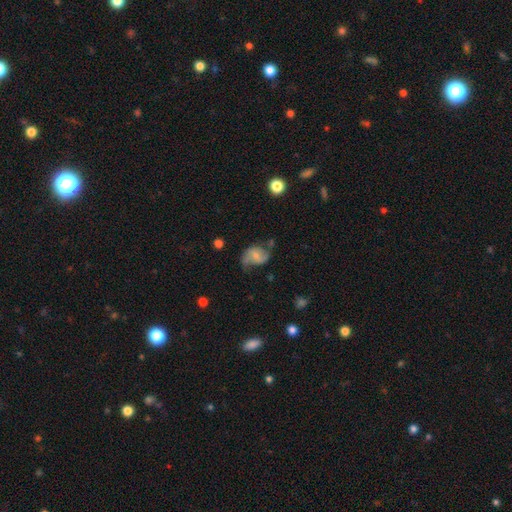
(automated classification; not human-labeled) The model was most divided on "bar": weak: 43%, no: 41%, strong: 15%. Remaining: edge-on disk — no (97%); spiral arms — yes (84%); smooth or featured — featured or disk (57%); bulge size — small (55%); merging — none (45%).